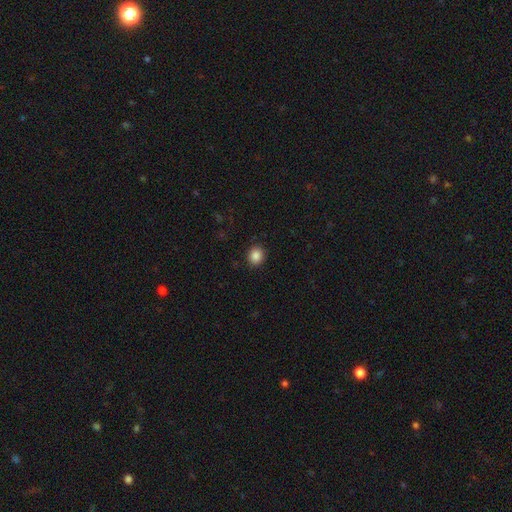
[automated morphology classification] This appears to be a smooth galaxy with no disk features (87%) that is round (75%). Merging: none (90%).